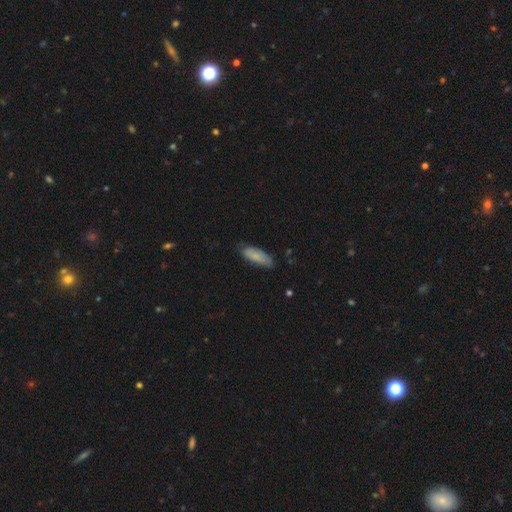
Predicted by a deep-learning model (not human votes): This is likely a smooth galaxy (80%). How rounded: likely in between (69%). Merging: likely none (70%).